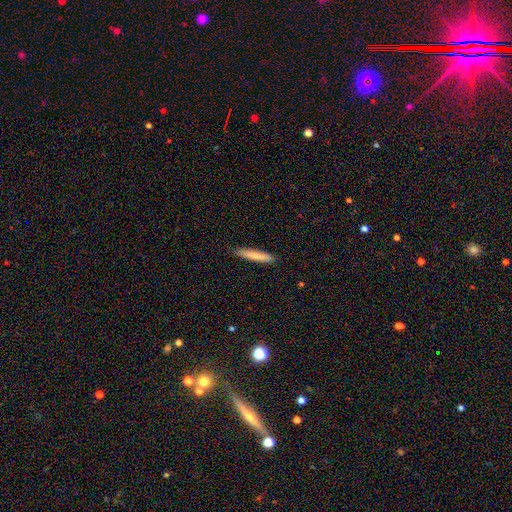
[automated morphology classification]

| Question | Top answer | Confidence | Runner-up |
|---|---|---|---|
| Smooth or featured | smooth | 79% | featured or disk (15%) |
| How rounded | cigar-shaped | 93% | in between (6%) |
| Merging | none | 87% | minor disturbance (10%) |